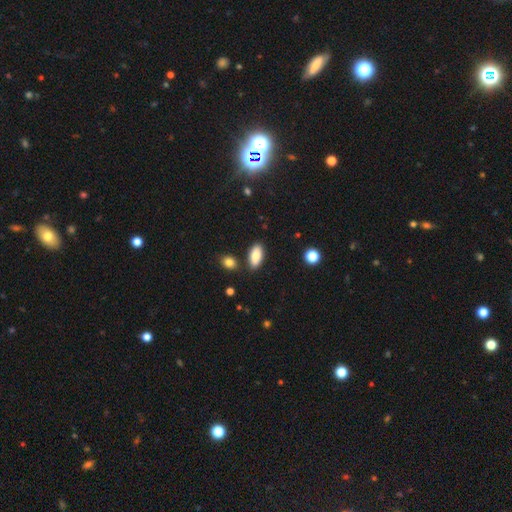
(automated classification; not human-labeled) This is clearly a smooth galaxy (86%). How rounded: clearly in between (88%). Merging: clearly none (83%).